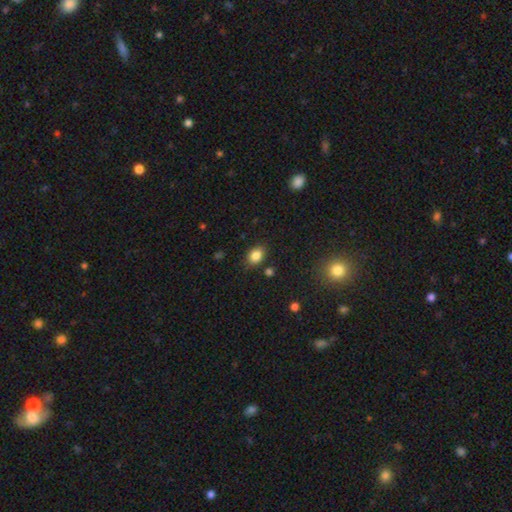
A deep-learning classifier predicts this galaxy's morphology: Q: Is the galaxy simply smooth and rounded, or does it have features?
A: smooth — 84%.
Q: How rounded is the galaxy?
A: in between — 69%.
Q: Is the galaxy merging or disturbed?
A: none — 81%.